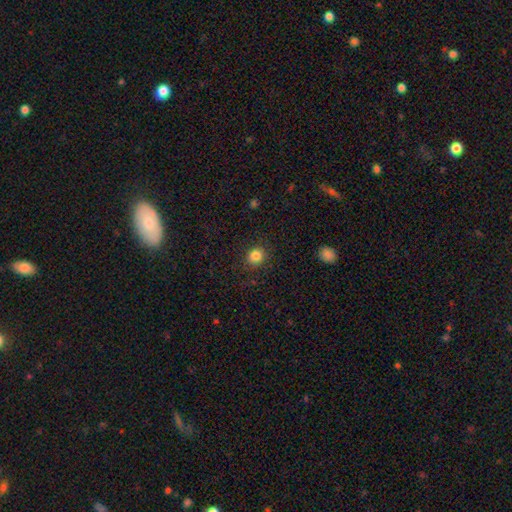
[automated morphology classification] A smooth galaxy with no disk features (84%) that is round (82%).

Vote fractions:
- Smooth or featured? smooth: 84% / star or artifact: 11% / featured or disk: 5%
- How rounded? round: 82% / in between: 17% / cigar-shaped: 1%
- Merging? none: 88% / minor disturbance: 8% / major disturbance: 3% / merger: 1%